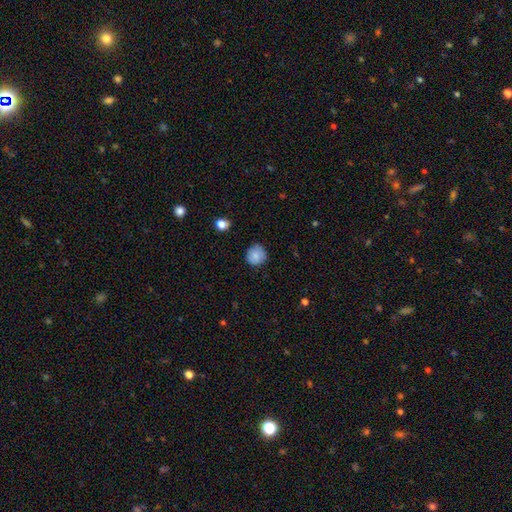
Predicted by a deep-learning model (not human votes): This is clearly a smooth galaxy (83%). How rounded: clearly round (91%). Merging: clearly none (81%).